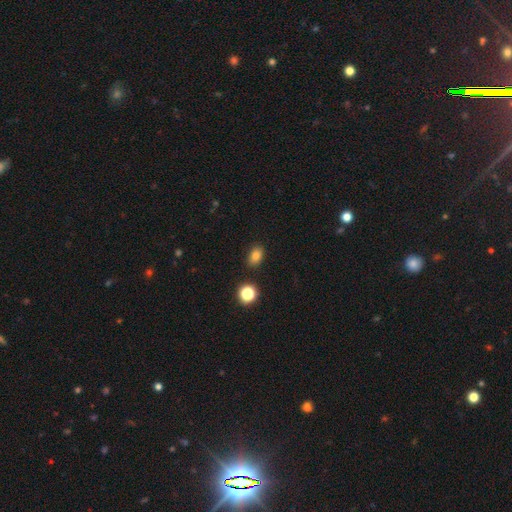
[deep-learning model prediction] The model was most divided on "how rounded": in between: 79%, round: 20%, cigar-shaped: 1%. More confident: merging — none (87%); smooth or featured — smooth (82%).